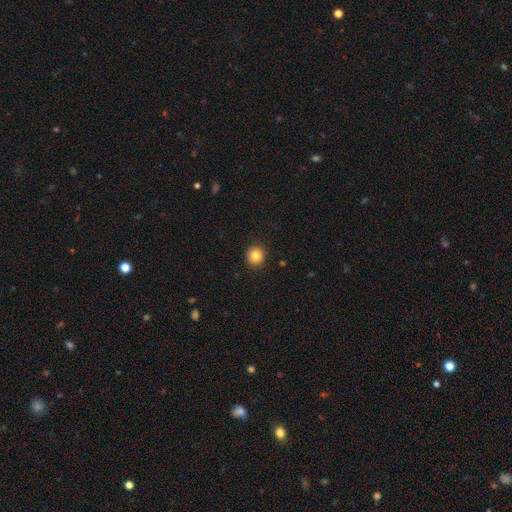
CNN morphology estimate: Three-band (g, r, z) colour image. It shows a smooth galaxy with no disk features (83%) that is round (92%). Merging: none (92%).